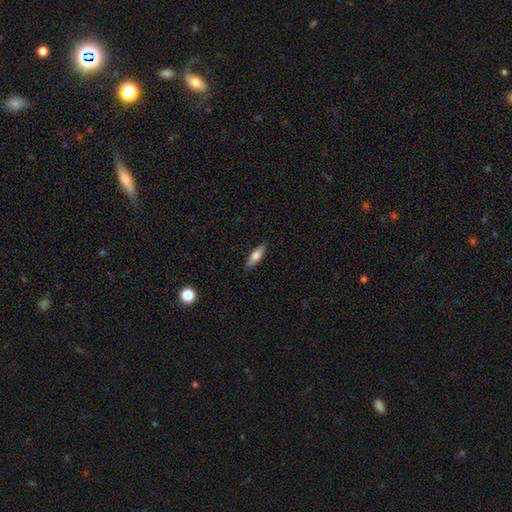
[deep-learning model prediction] Smooth or featured: smooth — 71% (featured or disk — 22%)
How rounded: cigar-shaped — 52% (in between — 46%)
Merging: none — 88% (minor disturbance — 9%)